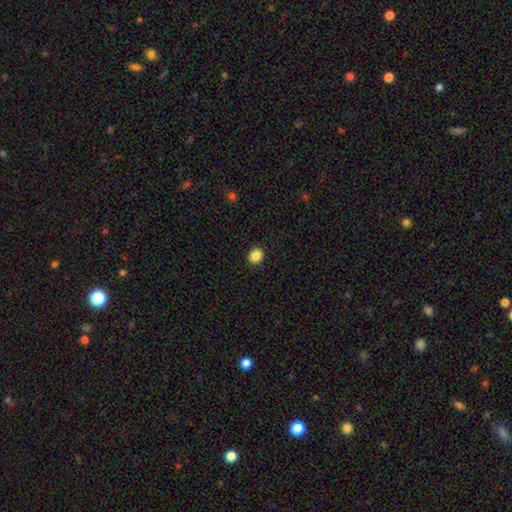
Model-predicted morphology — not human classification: Smooth or featured?
  - smooth: 86% *
  - star or artifact: 10%
  - featured or disk: 3%
How rounded?
  - round: 82% *
  - in between: 17%
  - cigar-shaped: 1%
Merging?
  - none: 92% *
  - minor disturbance: 5%
  - major disturbance: 2%
  - merger: 1%